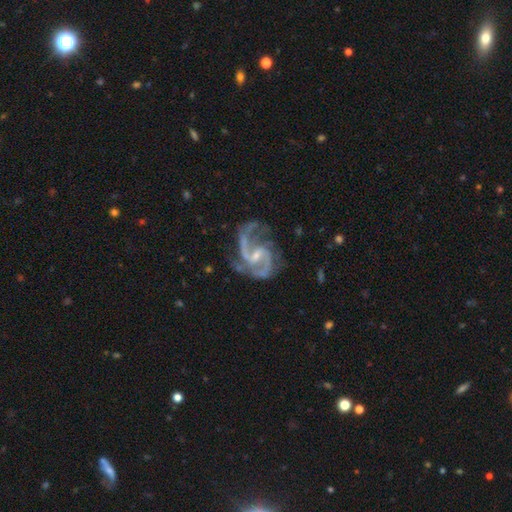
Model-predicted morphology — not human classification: Q: Smooth or featured?
A: featured or disk (93%); runner-up: star or artifact (4%)
Q: Edge-on disk?
A: no (98%); runner-up: yes (2%)
Q: Bar?
A: weak (55%); runner-up: no (24%)
Q: Spiral arms?
A: yes (98%); runner-up: no (2%)
Q: Spiral winding?
A: medium (60%); runner-up: loose (27%)
Q: Spiral arm count?
A: 2 (87%); runner-up: 3 (5%)
Q: Bulge size?
A: small (64%); runner-up: moderate (26%)
Q: Merging?
A: none (62%); runner-up: minor disturbance (21%)